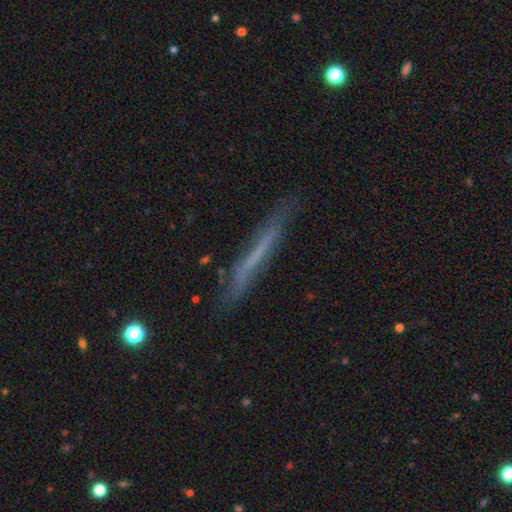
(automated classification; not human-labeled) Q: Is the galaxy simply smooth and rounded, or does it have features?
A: featured or disk — 49%.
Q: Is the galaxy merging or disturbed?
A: none — 79%.